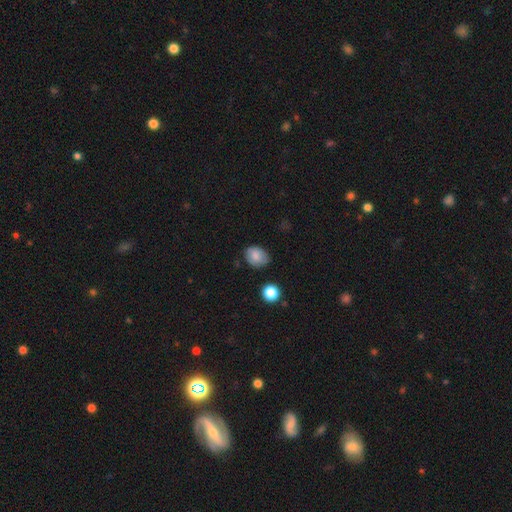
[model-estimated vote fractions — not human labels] smooth_or_featured: smooth (p=0.80) [alt: featured or disk p=0.11]
how_rounded: in between (p=0.61) [alt: round p=0.38]
merging: none (p=0.69) [alt: minor disturbance p=0.24]